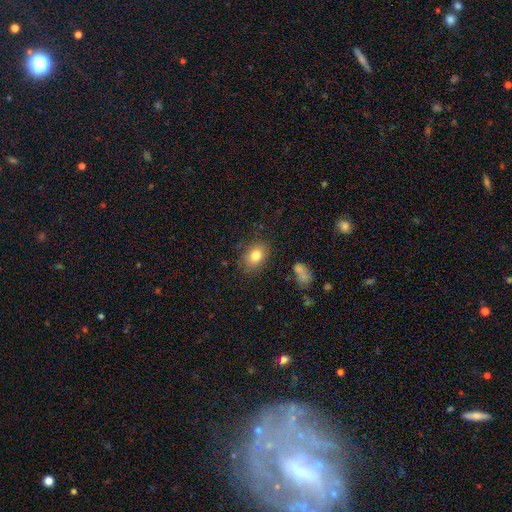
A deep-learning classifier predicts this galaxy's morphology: Smooth or featured: smooth — 80% (featured or disk — 10%)
How rounded: in between — 72% (round — 26%)
Merging: none — 80% (minor disturbance — 14%)